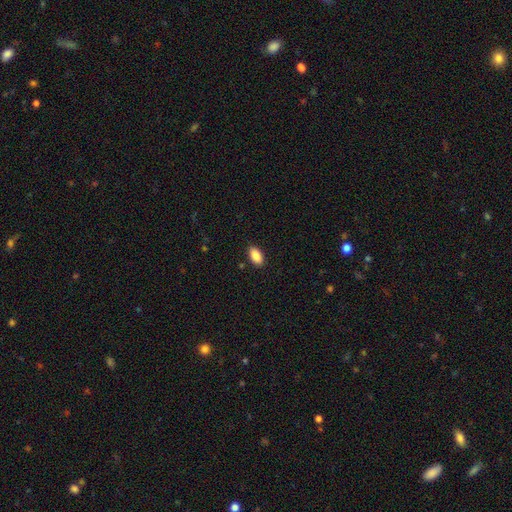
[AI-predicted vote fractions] Smooth or featured?
  - smooth: 88% *
  - star or artifact: 7%
  - featured or disk: 5%
How rounded?
  - in between: 93% *
  - cigar-shaped: 4%
  - round: 3%
Merging?
  - none: 88% *
  - minor disturbance: 9%
  - major disturbance: 2%
  - merger: 1%